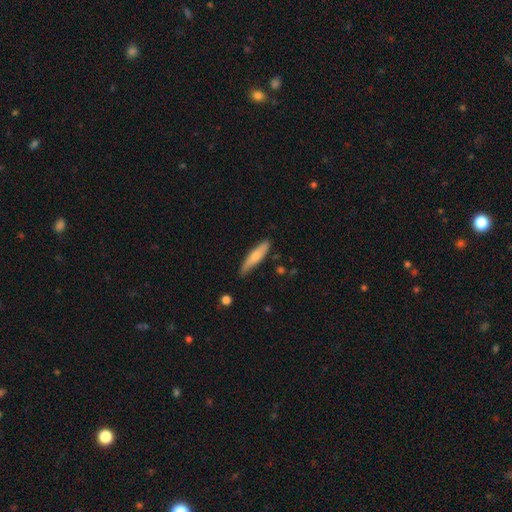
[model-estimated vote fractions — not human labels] The model was most divided on "smooth or featured": smooth: 72%, featured or disk: 23%, star or artifact: 5%. More confident: how rounded — cigar-shaped (80%); merging — none (77%).